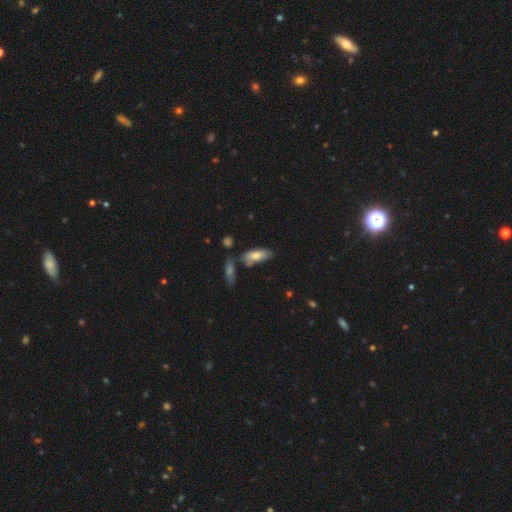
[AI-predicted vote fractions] The model was most divided on "merging": none: 61%, minor disturbance: 19%, merger: 15%, major disturbance: 5%. More confident: how rounded — in between (79%); smooth or featured — smooth (74%).